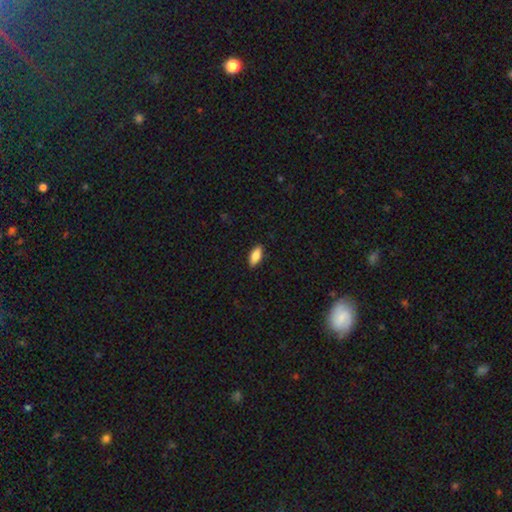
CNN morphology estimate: Smooth or featured? Predicted: smooth (p=0.81). How rounded? Predicted: in between (p=0.81). Merging? Predicted: none (p=0.89).